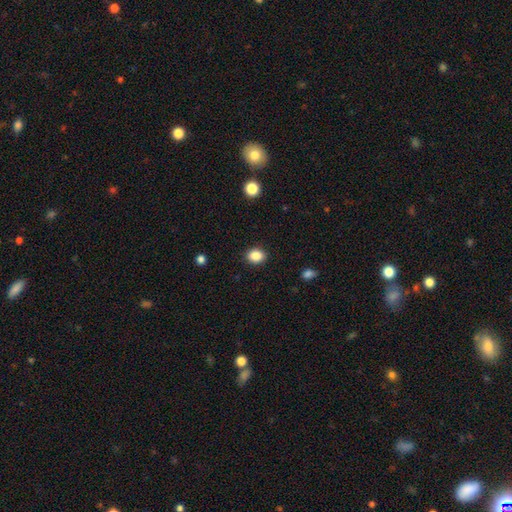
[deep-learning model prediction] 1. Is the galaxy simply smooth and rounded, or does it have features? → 86% smooth, 10% star or artifact, 4% featured or disk.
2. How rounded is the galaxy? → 52% round, 47% in between, 1% cigar-shaped.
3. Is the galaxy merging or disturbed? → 90% none, 7% minor disturbance, 2% major disturbance, 1% merger.